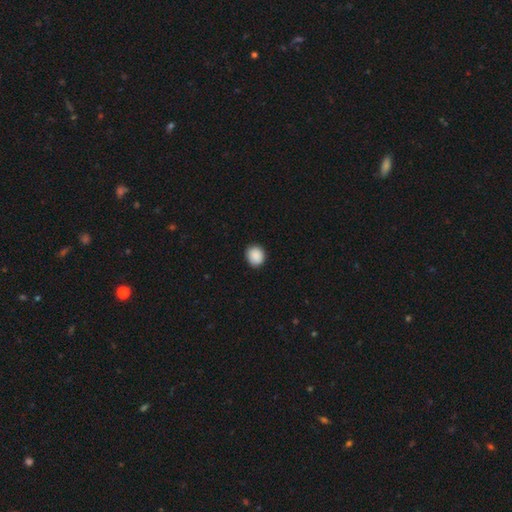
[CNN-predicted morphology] Smooth or featured: smooth — 90% (star or artifact — 8%)
How rounded: round — 78% (in between — 21%)
Merging: none — 90% (minor disturbance — 8%)